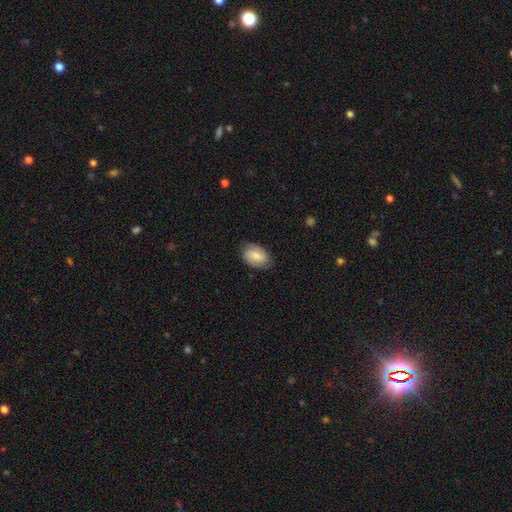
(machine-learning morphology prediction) smooth-or-featured: smooth: 69% | featured or disk: 24% | star or artifact: 7%
  how-rounded: in between: 88% | round: 11% | cigar-shaped: 1%
  merging: none: 80% | minor disturbance: 16% | major disturbance: 3% | merger: 1%